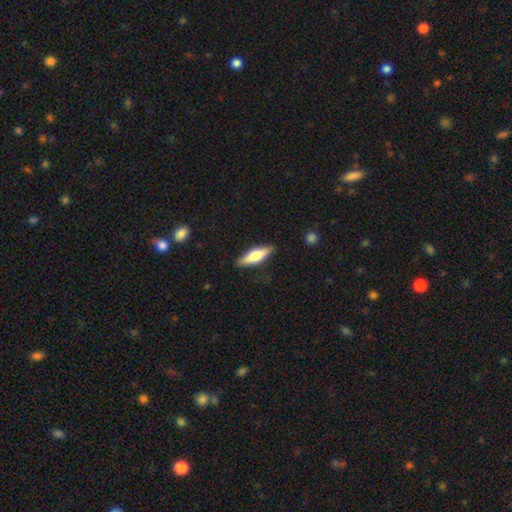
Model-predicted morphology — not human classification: Smooth or featured? Predicted: smooth (p=0.55). How rounded? Predicted: cigar-shaped (p=0.56). Merging? Predicted: none (p=0.86).